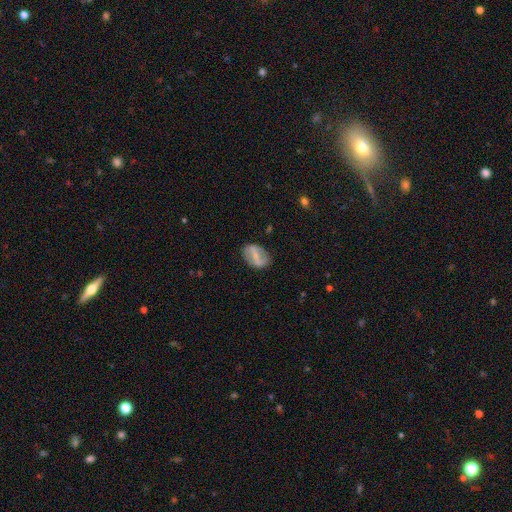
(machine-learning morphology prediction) type=featured or disk (59%); edge-on=no (92%); bar=strong (61%); spiral arms=no (57%); bulge=small (55%); merging=none (80%).